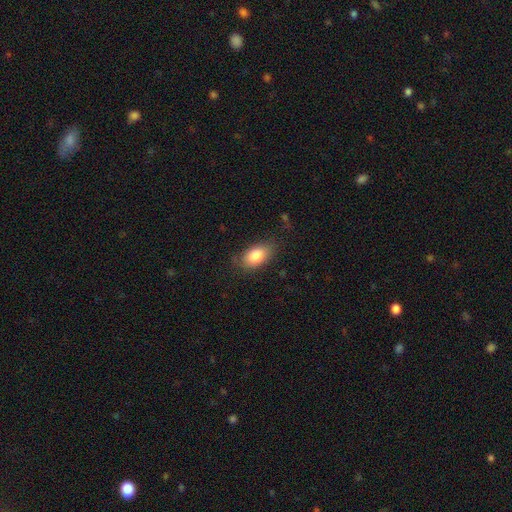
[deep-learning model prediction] A smooth galaxy with no disk features (84%) that is in between round and cigar-shaped (90%).

Vote fractions:
- Smooth or featured? smooth: 84% / featured or disk: 9% / star or artifact: 7%
- How rounded? in between: 90% / round: 7% / cigar-shaped: 3%
- Merging? none: 75% / minor disturbance: 18% / major disturbance: 5% / merger: 1%